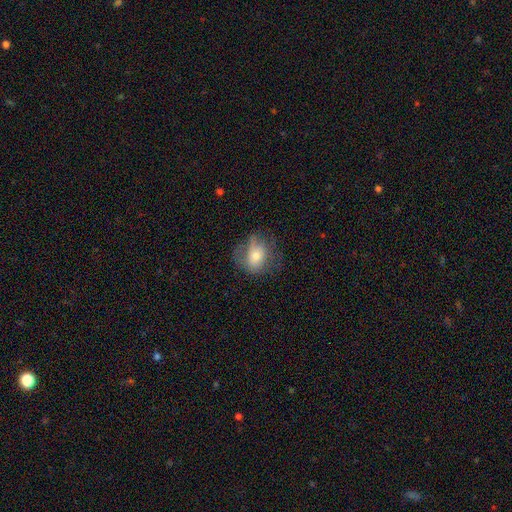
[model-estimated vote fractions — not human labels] Morphology: type=smooth (59%); roundness=in between (52%); merging=none (48%).